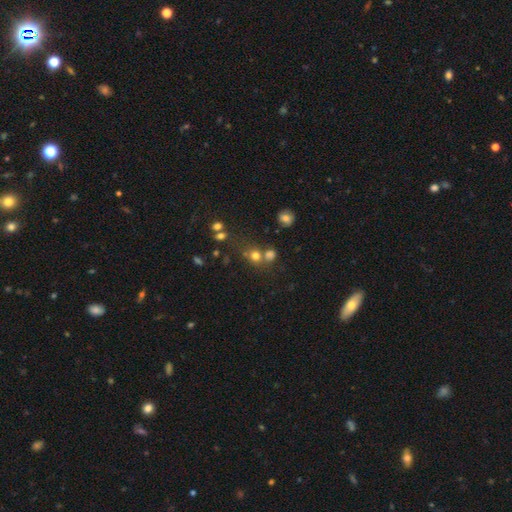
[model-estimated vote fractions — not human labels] Smooth or featured? Predicted: smooth (p=0.70). How rounded? Predicted: round (p=0.81). Merging? Predicted: none (p=0.53).